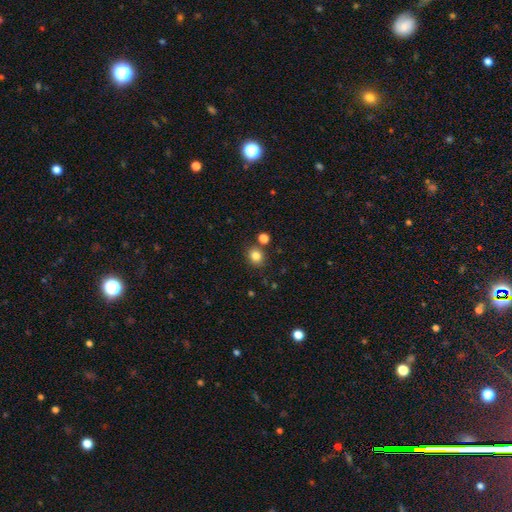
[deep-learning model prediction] smooth-or-featured: smooth: 83% | star or artifact: 12% | featured or disk: 5%
  how-rounded: round: 69% | in between: 30% | cigar-shaped: 1%
  merging: none: 80% | minor disturbance: 9% | merger: 8% | major disturbance: 3%